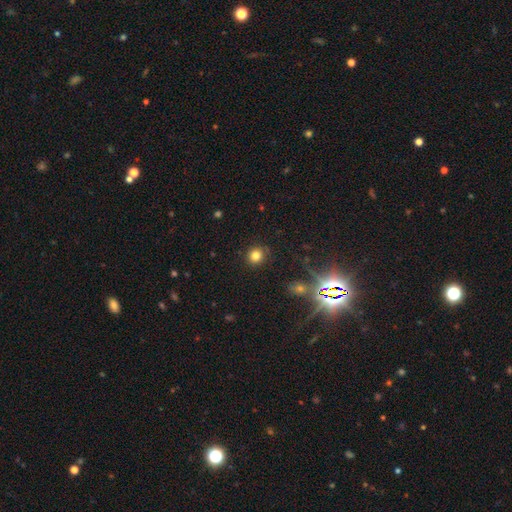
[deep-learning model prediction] Smooth or featured? Predicted: smooth (p=0.78). How rounded? Predicted: round (p=0.90). Merging? Predicted: none (p=0.88).